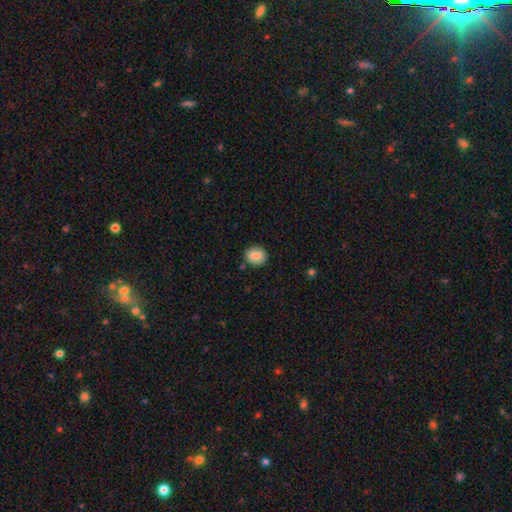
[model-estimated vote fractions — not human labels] A smooth galaxy with no disk features (84%) that is round (85%).

Vote fractions:
- Smooth or featured? smooth: 84% / star or artifact: 8% / featured or disk: 8%
- How rounded? round: 85% / in between: 14% / cigar-shaped: 1%
- Merging? none: 88% / minor disturbance: 8% / merger: 2% / major disturbance: 2%